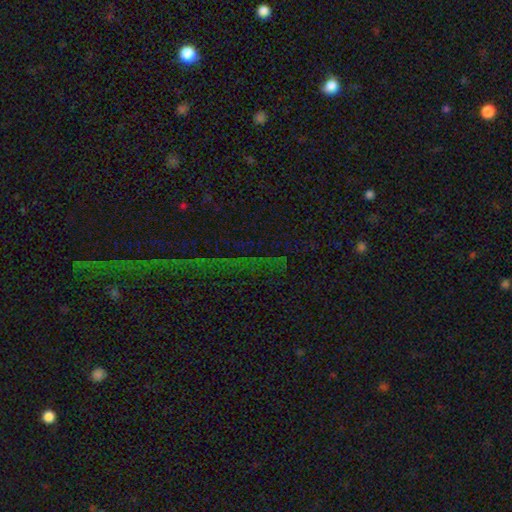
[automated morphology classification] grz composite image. It shows a star or artifact, not a galaxy (78%).